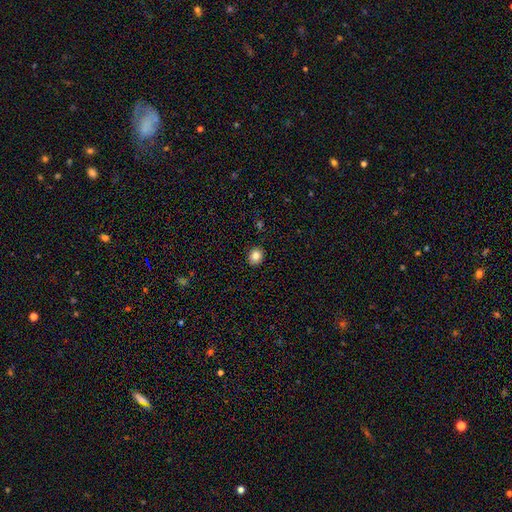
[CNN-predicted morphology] Smooth or featured? Predicted: smooth (p=0.82). How rounded? Predicted: round (p=0.65). Merging? Predicted: none (p=0.91).